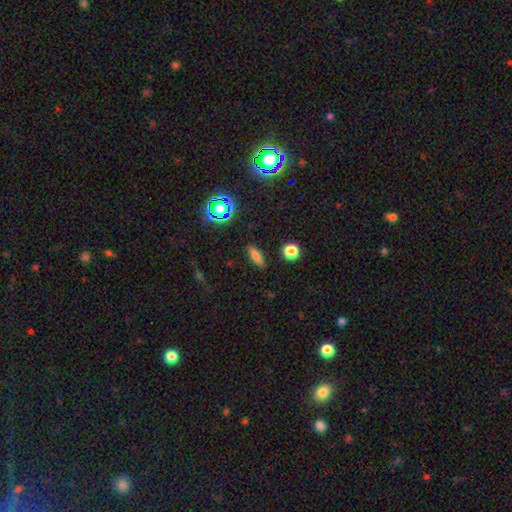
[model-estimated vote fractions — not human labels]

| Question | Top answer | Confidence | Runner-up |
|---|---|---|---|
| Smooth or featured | smooth | 74% | star or artifact (15%) |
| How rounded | in between | 52% | cigar-shaped (40%) |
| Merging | none | 87% | minor disturbance (9%) |